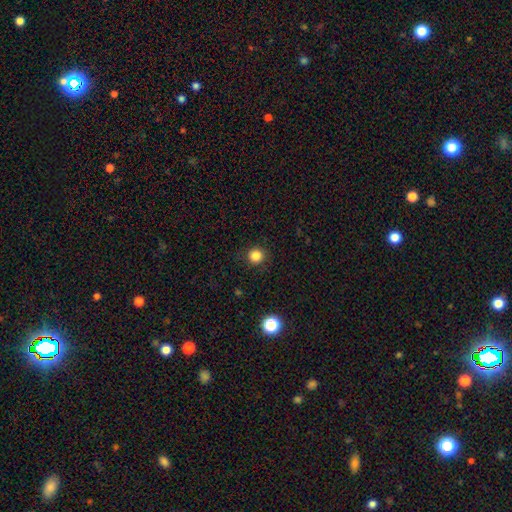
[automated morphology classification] Smooth or featured: smooth — 84% (star or artifact — 12%)
How rounded: round — 93% (in between — 6%)
Merging: none — 90% (minor disturbance — 7%)